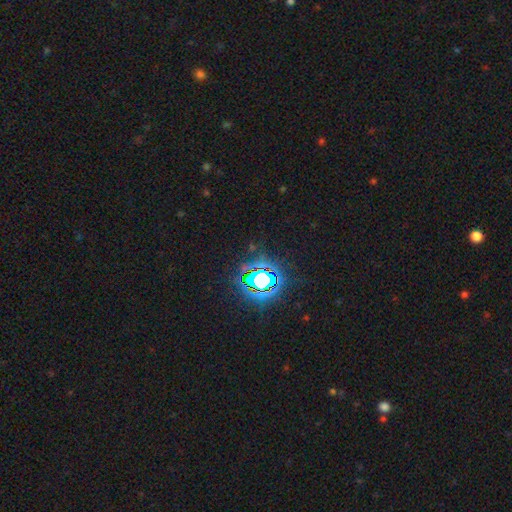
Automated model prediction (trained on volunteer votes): This is clearly a star or artifact rather than a galaxy (84%).